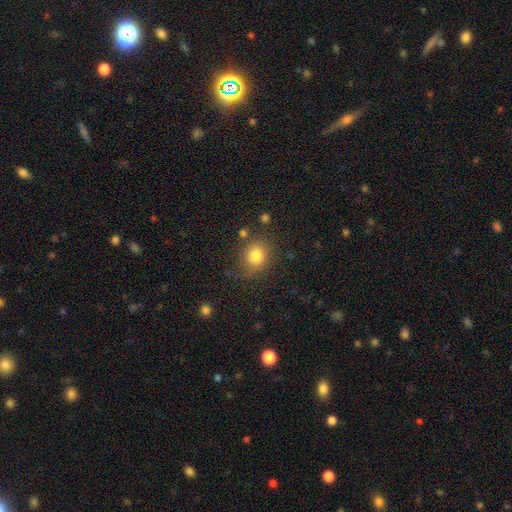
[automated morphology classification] Smooth or featured? Predicted: smooth (p=0.81). How rounded? Predicted: round (p=0.74). Merging? Predicted: none (p=0.74).